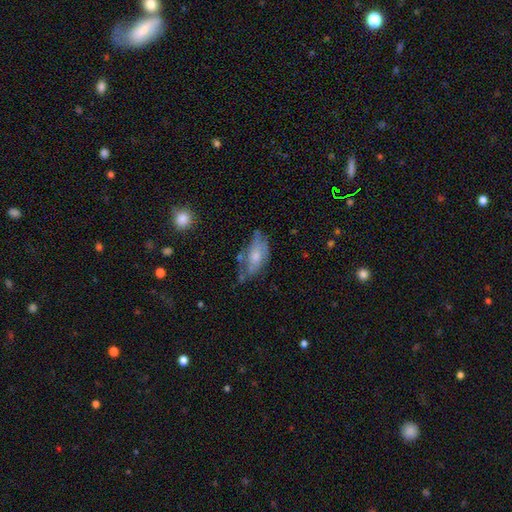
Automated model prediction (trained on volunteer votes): The model was most divided on "smooth or featured": smooth: 47%, featured or disk: 45%, star or artifact: 8%. Remaining: merging — none (42%).